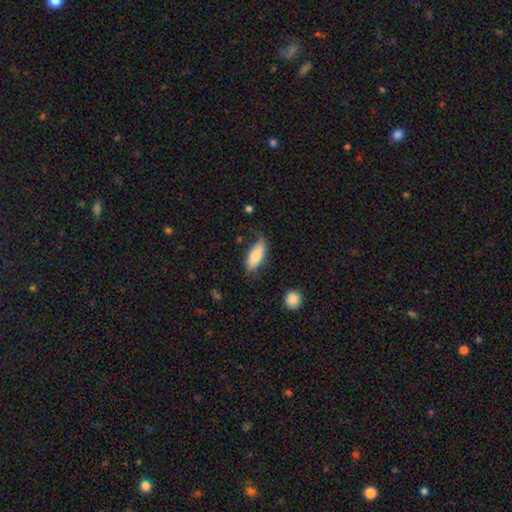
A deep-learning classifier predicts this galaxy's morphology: smooth 76%, featured or disk 18%, star or artifact 6%. Down the decision tree: how rounded — in between (81%); merging — none (63%).